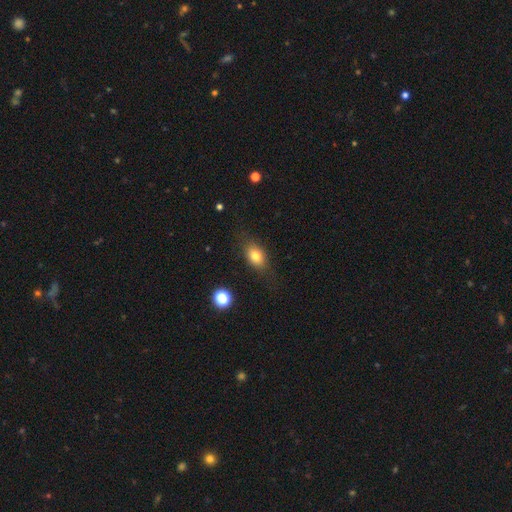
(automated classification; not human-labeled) Smooth or featured: smooth — 77% (featured or disk — 13%)
How rounded: in between — 78% (round — 20%)
Merging: none — 79% (minor disturbance — 14%)